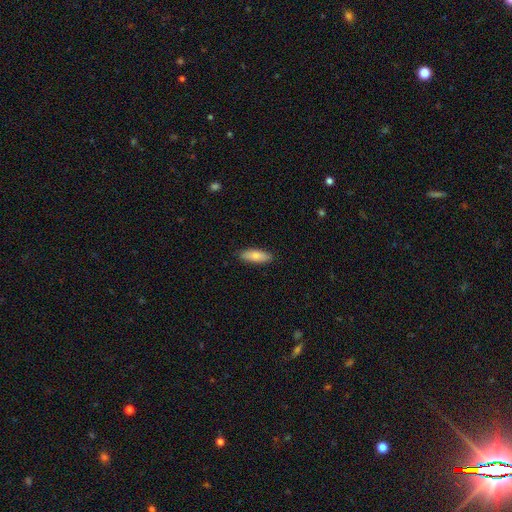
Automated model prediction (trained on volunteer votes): Morphology: type=smooth (81%); roundness=in between (62%); merging=none (88%).